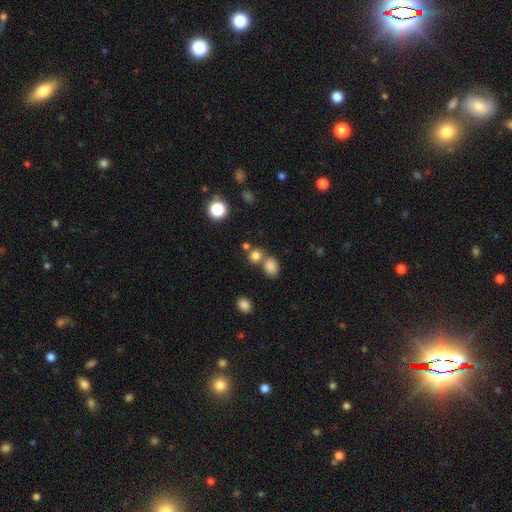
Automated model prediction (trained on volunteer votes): smooth-or-featured: smooth: 79% | star or artifact: 15% | featured or disk: 6%
  how-rounded: round: 72% | in between: 27% | cigar-shaped: 1%
  merging: none: 57% | merger: 32% | minor disturbance: 8% | major disturbance: 4%